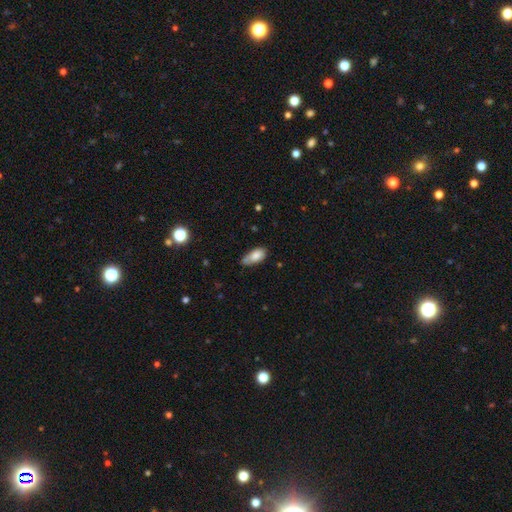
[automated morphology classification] smooth-or-featured: smooth: 79% | featured or disk: 13% | star or artifact: 8%
  how-rounded: in between: 90% | cigar-shaped: 7% | round: 3%
  merging: none: 48% | minor disturbance: 35% | major disturbance: 9% | merger: 9%